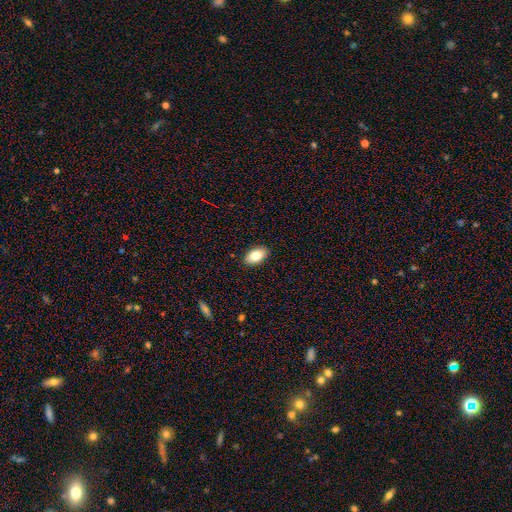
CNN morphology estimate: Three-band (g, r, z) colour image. It shows a smooth galaxy with no disk features (80%) that is in between round and cigar-shaped (93%). Merging: none (89%).